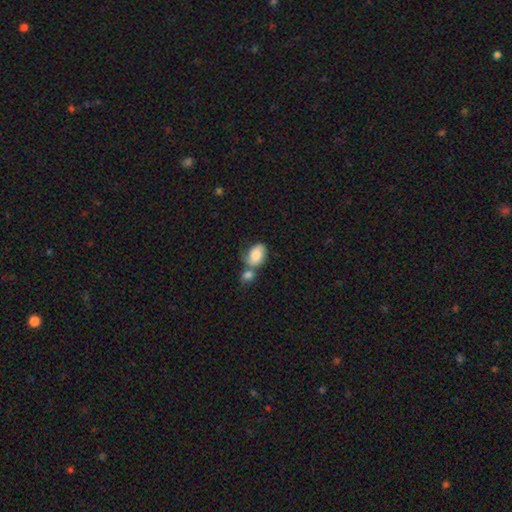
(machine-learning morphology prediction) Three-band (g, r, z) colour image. It shows a smooth galaxy with no disk features (77%) that is in between round and cigar-shaped (85%). Merging: merger (54%).